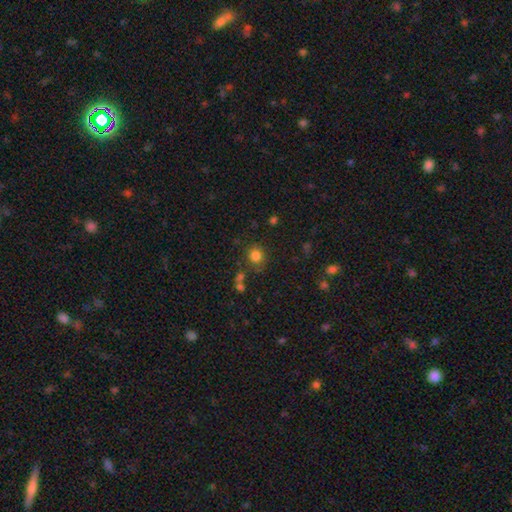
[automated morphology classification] Smooth or featured?
  - smooth: 81% *
  - star or artifact: 13%
  - featured or disk: 6%
How rounded?
  - round: 86% *
  - in between: 13%
  - cigar-shaped: 1%
Merging?
  - none: 79% *
  - minor disturbance: 11%
  - merger: 6%
  - major disturbance: 4%